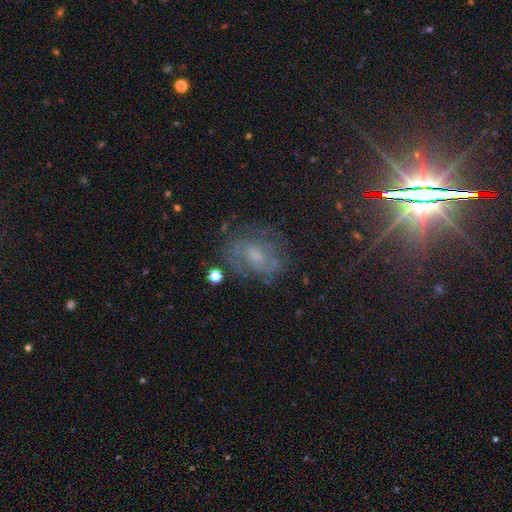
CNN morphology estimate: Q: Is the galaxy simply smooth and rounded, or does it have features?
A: featured or disk — 57%.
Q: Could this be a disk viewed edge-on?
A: no — 96%.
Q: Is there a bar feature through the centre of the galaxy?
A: no — 55%.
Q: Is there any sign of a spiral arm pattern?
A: yes — 80%.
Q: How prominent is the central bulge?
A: small — 42%.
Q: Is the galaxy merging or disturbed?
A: none — 68%.